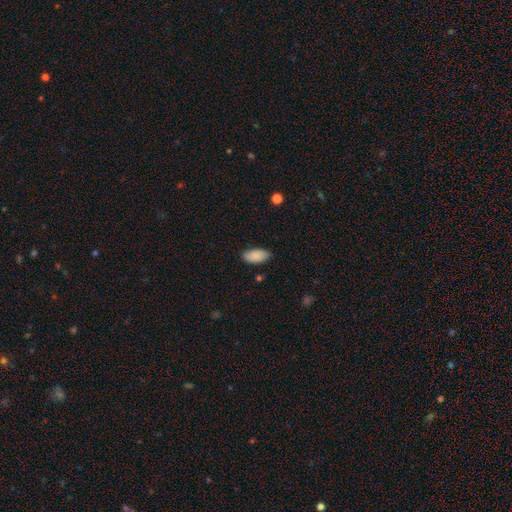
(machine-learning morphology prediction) smooth_or_featured: smooth (p=0.88) [alt: star or artifact p=0.07]
how_rounded: in between (p=0.94) [alt: cigar-shaped p=0.04]
merging: none (p=0.81) [alt: minor disturbance p=0.16]